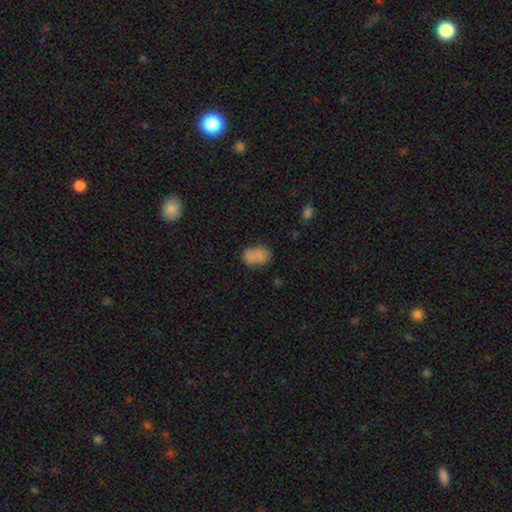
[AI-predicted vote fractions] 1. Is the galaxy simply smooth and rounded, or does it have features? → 77% smooth, 13% featured or disk, 11% star or artifact.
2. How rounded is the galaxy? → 80% in between, 19% round, 1% cigar-shaped.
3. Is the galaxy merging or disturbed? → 58% none, 22% minor disturbance, 13% merger, 7% major disturbance.